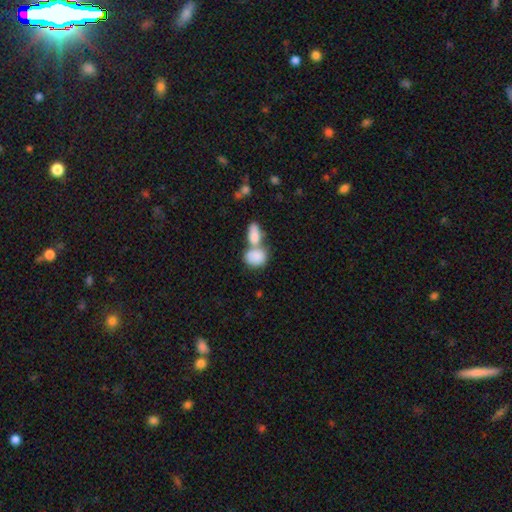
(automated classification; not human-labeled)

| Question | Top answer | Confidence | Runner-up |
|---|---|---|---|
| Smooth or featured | smooth | 83% | featured or disk (10%) |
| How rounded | in between | 70% | round (28%) |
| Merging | merger | 67% | none (22%) |